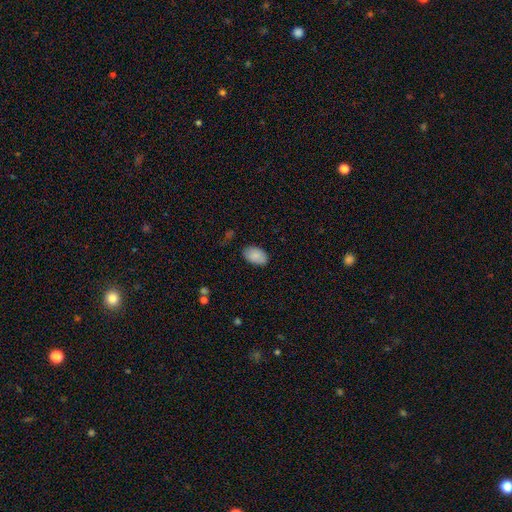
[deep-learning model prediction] A smooth galaxy with no disk features (88%) that is in between round and cigar-shaped (93%).

Vote fractions:
- Smooth or featured? smooth: 88% / star or artifact: 7% / featured or disk: 5%
- How rounded? in between: 93% / round: 6% / cigar-shaped: 1%
- Merging? none: 84% / minor disturbance: 12% / major disturbance: 3% / merger: 1%